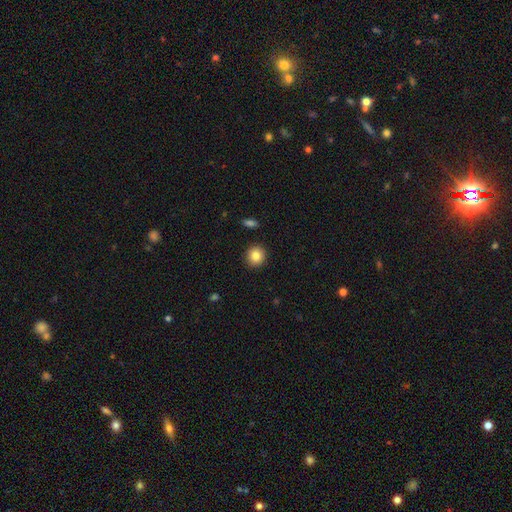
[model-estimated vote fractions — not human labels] smooth_or_featured: smooth (p=0.84) [alt: star or artifact p=0.09]
how_rounded: round (p=0.90) [alt: in between p=0.09]
merging: none (p=0.92) [alt: minor disturbance p=0.05]